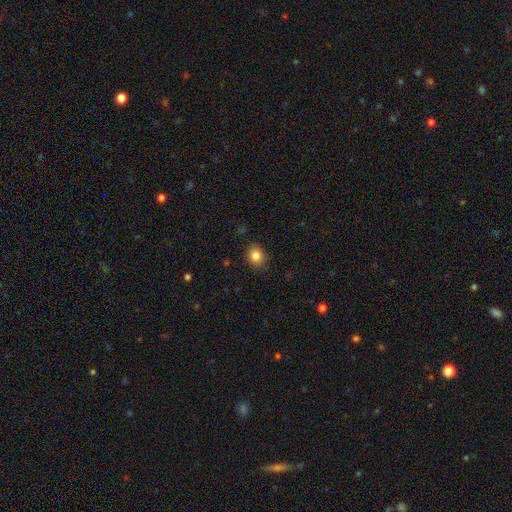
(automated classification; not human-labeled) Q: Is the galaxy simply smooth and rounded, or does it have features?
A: smooth — 84%.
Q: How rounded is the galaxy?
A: round — 68%.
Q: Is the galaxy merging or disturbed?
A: none — 87%.